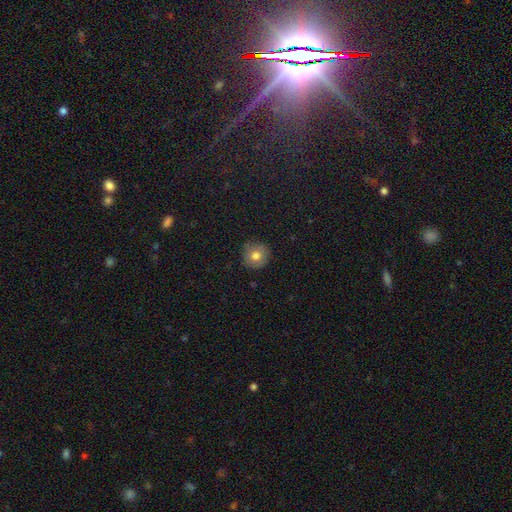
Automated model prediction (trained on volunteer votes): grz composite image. It shows a smooth galaxy with no disk features (76%) that is round (93%). Merging: none (84%).